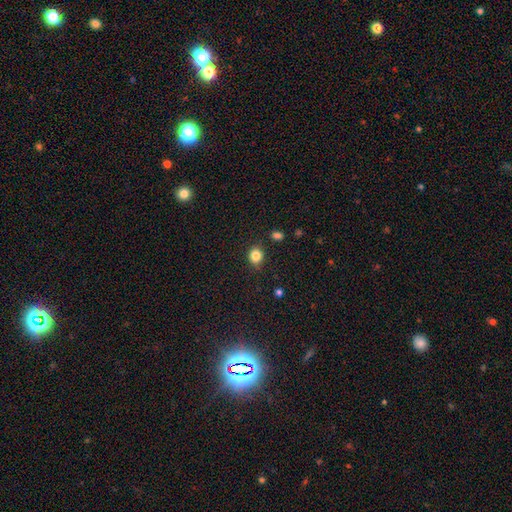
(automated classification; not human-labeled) Smooth or featured? smooth (84%)
How rounded? round (68%)
Merging? none (83%)